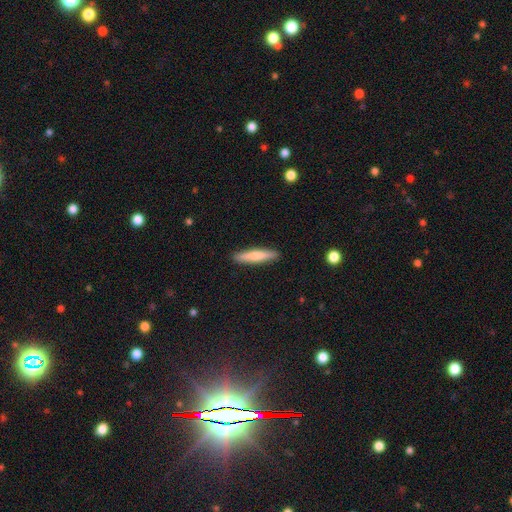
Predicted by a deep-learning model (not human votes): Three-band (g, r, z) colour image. It shows a smooth galaxy with no disk features (71%) that is cigar-shaped (90%). Merging: none (91%).